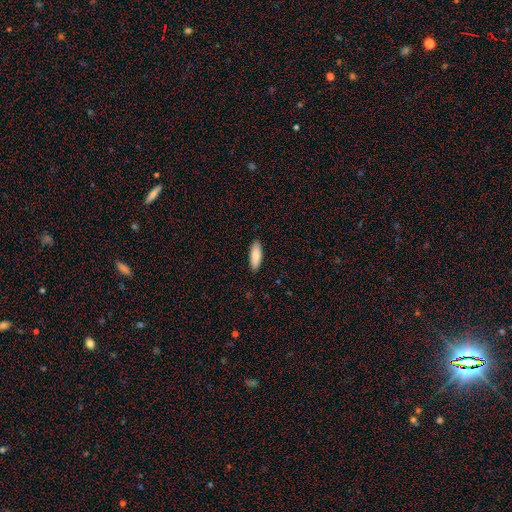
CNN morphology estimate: smooth 84%, featured or disk 10%, star or artifact 6%. Down the decision tree: how rounded — in between (67%); merging — none (89%).